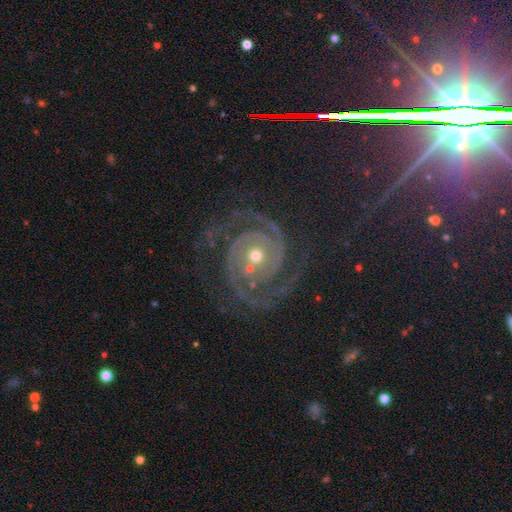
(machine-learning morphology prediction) smooth_or_featured: featured or disk (p=0.91) [alt: star or artifact p=0.06]
disk_edge_on: no (p=0.98) [alt: yes p=0.02]
bar: no (p=0.76) [alt: weak p=0.17]
has_spiral_arms: yes (p=0.98) [alt: no p=0.02]
spiral_winding: tight (p=0.62) [alt: medium p=0.32]
spiral_arm_count: 2 (p=0.83) [alt: 3 p=0.07]
bulge_size: moderate (p=0.56) [alt: small p=0.39]
merging: none (p=0.75) [alt: minor disturbance p=0.15]